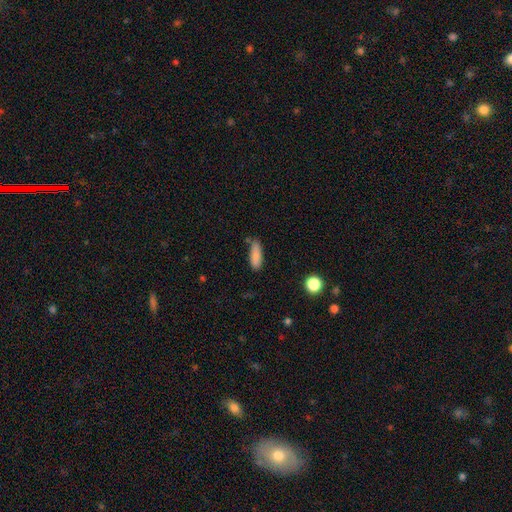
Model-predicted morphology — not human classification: A smooth galaxy with no disk features (86%) that is in between round and cigar-shaped (55%). Merging: none (69%).